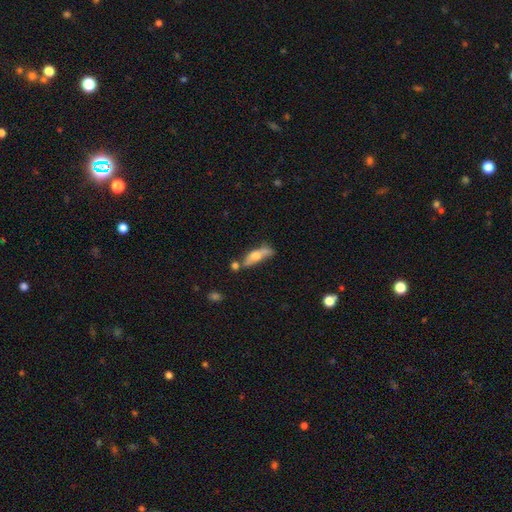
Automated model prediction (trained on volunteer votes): Smooth or featured?
  - smooth: 52% *
  - featured or disk: 40%
  - star or artifact: 7%
How rounded?
  - cigar-shaped: 51% *
  - in between: 45%
  - round: 4%
Merging?
  - none: 43% *
  - merger: 25%
  - minor disturbance: 22%
  - major disturbance: 11%